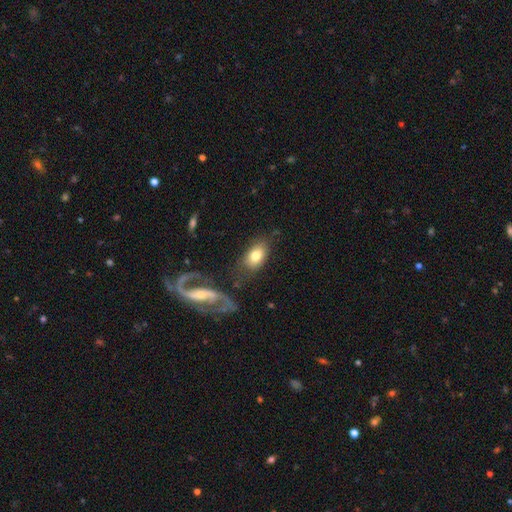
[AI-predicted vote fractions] This appears to be a smooth galaxy with no disk features (75%) that is in between round and cigar-shaped (87%). Merging: none (67%).